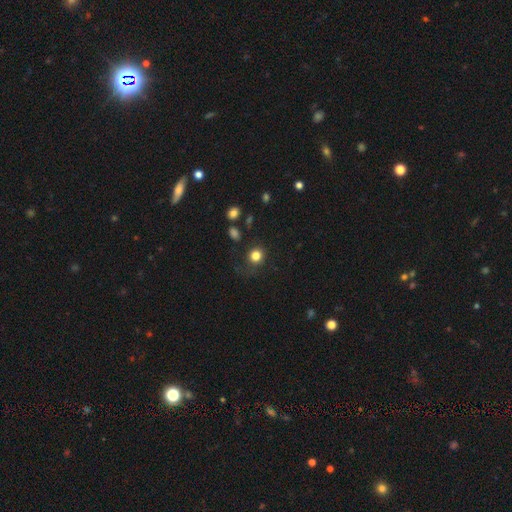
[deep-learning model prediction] Q: Smooth or featured?
A: smooth (82%); runner-up: star or artifact (12%)
Q: How rounded?
A: round (86%); runner-up: in between (13%)
Q: Merging?
A: none (74%); runner-up: minor disturbance (14%)